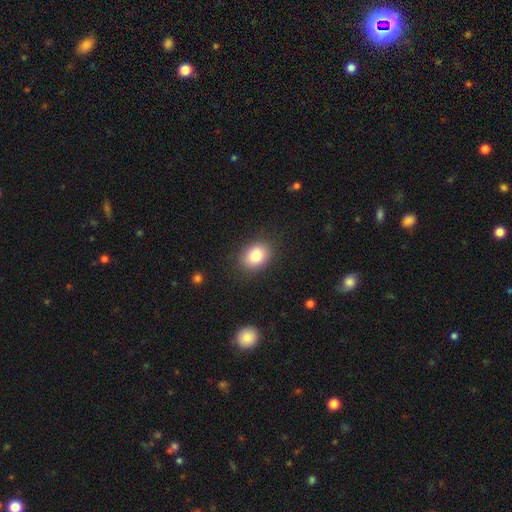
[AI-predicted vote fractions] The model was most divided on "how rounded": in between: 60%, round: 39%, cigar-shaped: 1%. More confident: merging — none (86%); smooth or featured — smooth (83%).